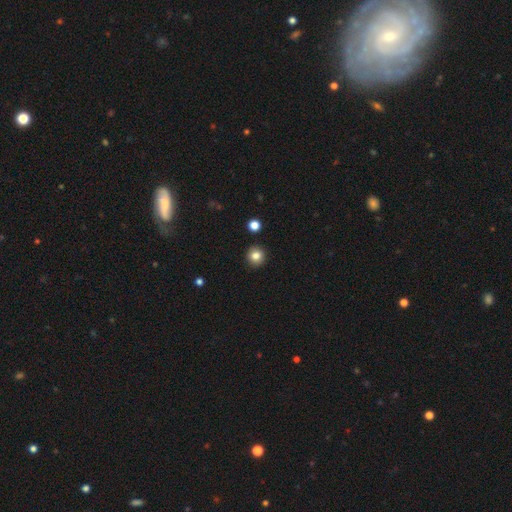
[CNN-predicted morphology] Smooth or featured?
  - smooth: 83% *
  - star or artifact: 11%
  - featured or disk: 6%
How rounded?
  - round: 93% *
  - in between: 6%
  - cigar-shaped: 1%
Merging?
  - none: 92% *
  - minor disturbance: 5%
  - merger: 2%
  - major disturbance: 2%